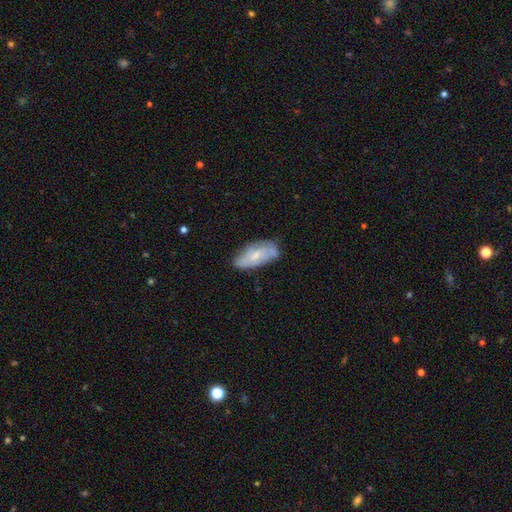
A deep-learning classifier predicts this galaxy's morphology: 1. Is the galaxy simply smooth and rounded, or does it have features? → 52% smooth, 41% featured or disk, 7% star or artifact.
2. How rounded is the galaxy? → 85% in between, 12% cigar-shaped, 2% round.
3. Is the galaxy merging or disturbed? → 63% none, 28% minor disturbance, 7% major disturbance, 3% merger.